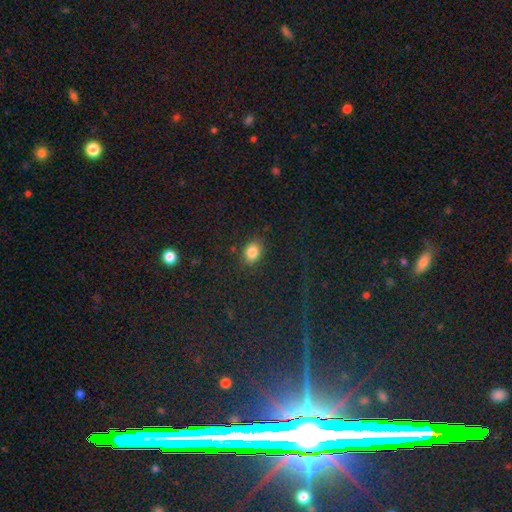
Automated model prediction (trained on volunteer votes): smooth-or-featured: smooth: 83% | star or artifact: 11% | featured or disk: 6%
  how-rounded: in between: 65% | round: 34% | cigar-shaped: 1%
  merging: none: 87% | minor disturbance: 9% | major disturbance: 3% | merger: 1%